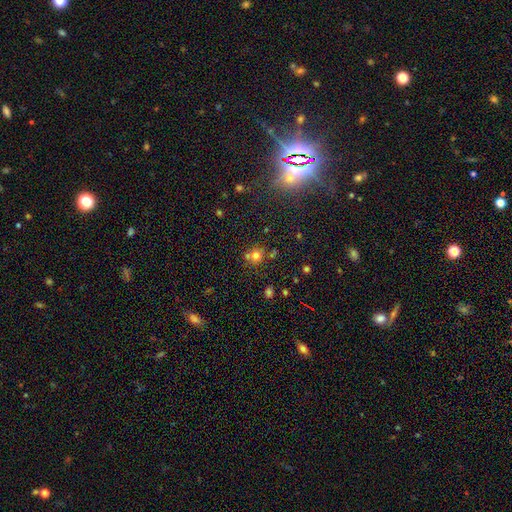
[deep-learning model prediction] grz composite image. It shows a smooth galaxy with no disk features (70%) that is round (87%). Merging: none (61%).